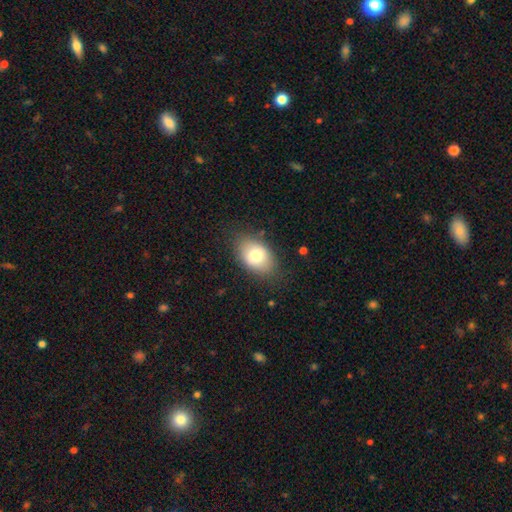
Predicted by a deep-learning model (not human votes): A smooth galaxy with no disk features (78%) that is in between round and cigar-shaped (85%).

Vote fractions:
- Smooth or featured? smooth: 78% / featured or disk: 14% / star or artifact: 8%
- How rounded? in between: 85% / round: 14% / cigar-shaped: 1%
- Merging? none: 79% / minor disturbance: 15% / major disturbance: 4% / merger: 1%